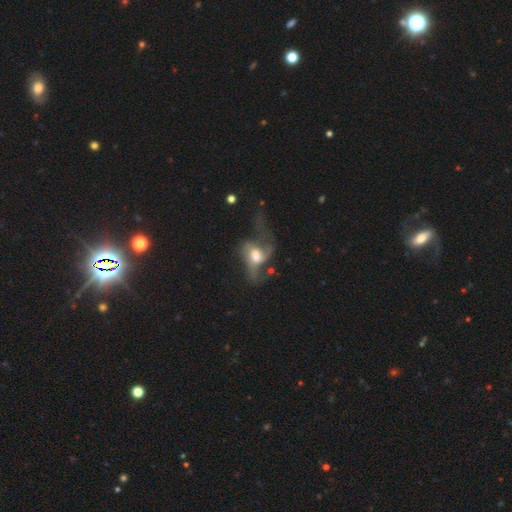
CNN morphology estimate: smooth-or-featured: featured or disk: 56% | smooth: 34% | star or artifact: 9%
  disk-edge-on: no: 95% | yes: 5%
    bar: no: 63% | weak: 30% | strong: 7%
    has-spiral-arms: yes: 58% | no: 42%
    bulge-size: moderate: 50% | large: 34% | small: 9% | none: 4% | dominant: 4%
  merging: major disturbance: 56% | none: 20% | minor disturbance: 15% | merger: 9%